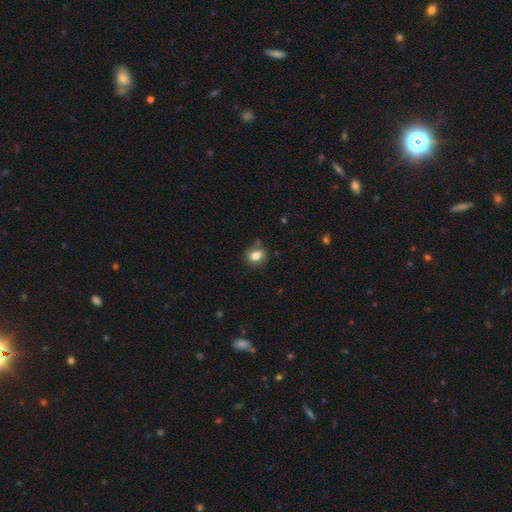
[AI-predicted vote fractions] A smooth galaxy with no disk features (77%) that is round (52%).

Vote fractions:
- Smooth or featured? smooth: 77% / featured or disk: 14% / star or artifact: 9%
- How rounded? round: 52% / in between: 47% / cigar-shaped: 1%
- Merging? none: 70% / minor disturbance: 21% / major disturbance: 6% / merger: 3%